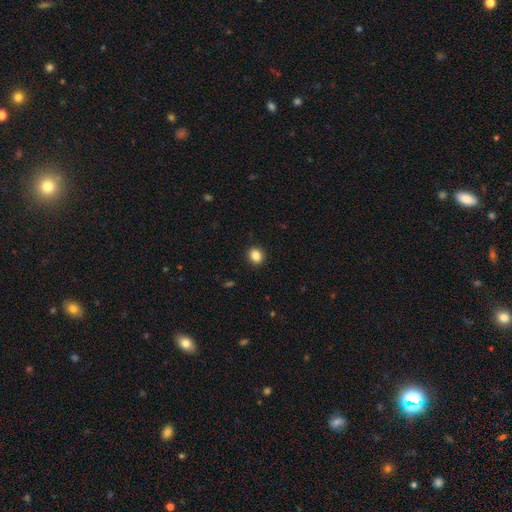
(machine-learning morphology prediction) Smooth or featured? smooth (87%)
How rounded? round (64%)
Merging? none (91%)